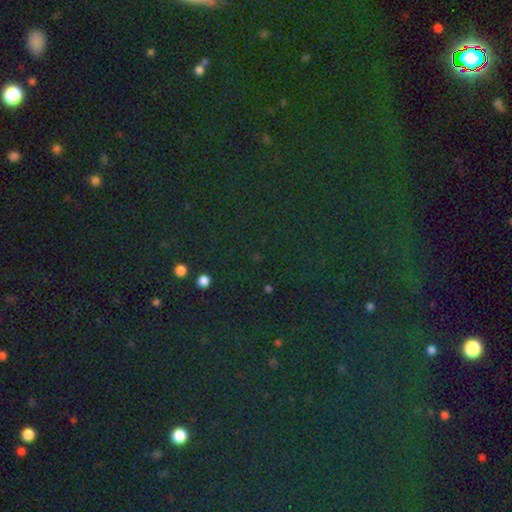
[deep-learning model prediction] Smooth or featured? star or artifact (80%)